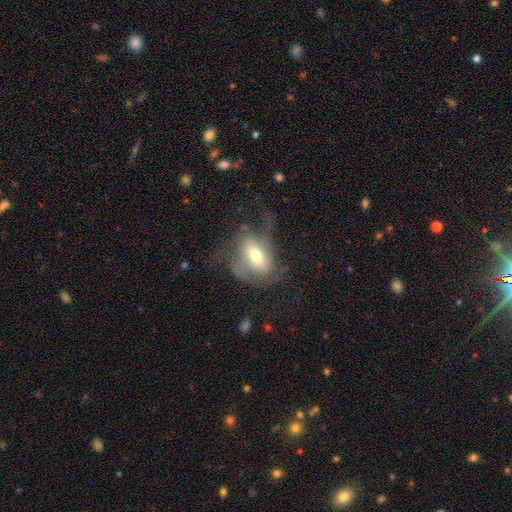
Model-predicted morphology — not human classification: A featured or disk galaxy (49%).

Vote fractions:
- Smooth or featured? featured or disk: 49% / smooth: 43% / star or artifact: 9%
- Merging? major disturbance: 40% / none: 35% / minor disturbance: 23% / merger: 3%